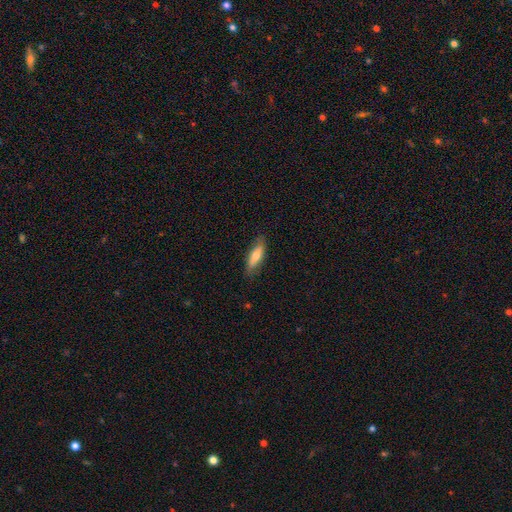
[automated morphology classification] This is likely a smooth galaxy (67%). How rounded: possibly cigar-shaped (49%, tied with in between). Merging: clearly none (81%).